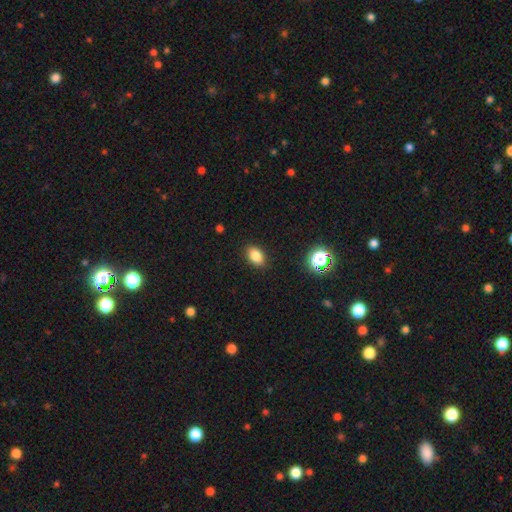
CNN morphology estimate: A smooth galaxy with no disk features (83%) that is in between round and cigar-shaped (85%). Merging: none (89%).